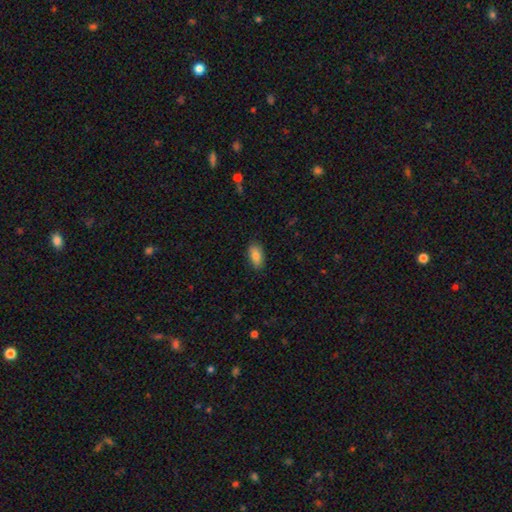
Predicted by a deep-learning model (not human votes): This is clearly a smooth galaxy (84%). How rounded: clearly in between (91%). Merging: clearly none (85%).